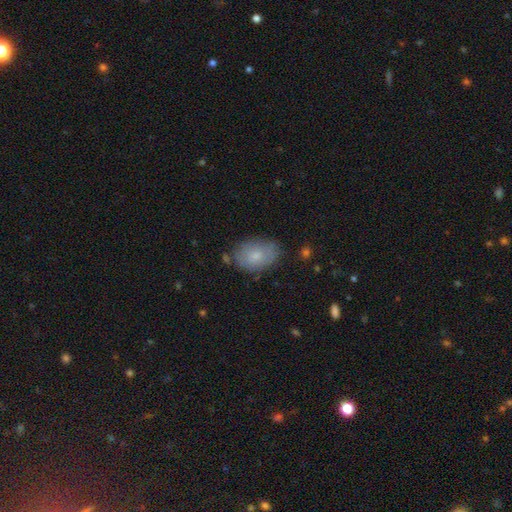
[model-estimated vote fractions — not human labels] Smooth or featured: smooth — 75% (featured or disk — 18%)
How rounded: in between — 86% (round — 13%)
Merging: none — 74% (minor disturbance — 19%)